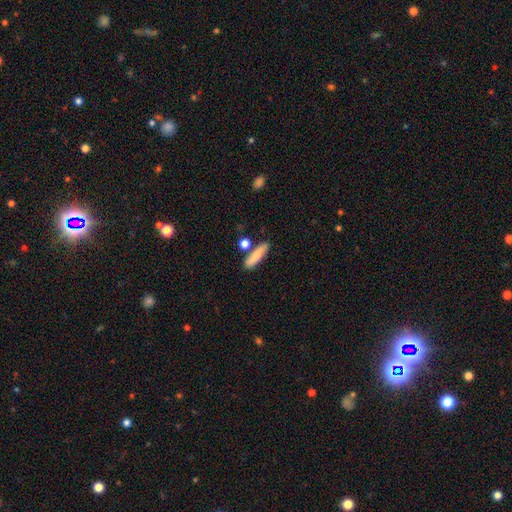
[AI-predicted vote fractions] Smooth or featured?
  - smooth: 80% *
  - featured or disk: 14%
  - star or artifact: 7%
How rounded?
  - cigar-shaped: 67% *
  - in between: 29%
  - round: 5%
Merging?
  - none: 77% *
  - minor disturbance: 11%
  - merger: 9%
  - major disturbance: 3%